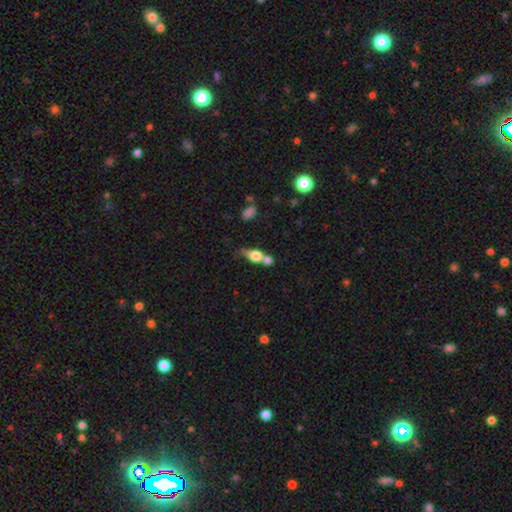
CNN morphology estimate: smooth_or_featured: smooth (p=0.64) [alt: featured or disk p=0.27]
how_rounded: in between (p=0.58) [alt: round p=0.24]
merging: merger (p=0.49) [alt: none p=0.30]